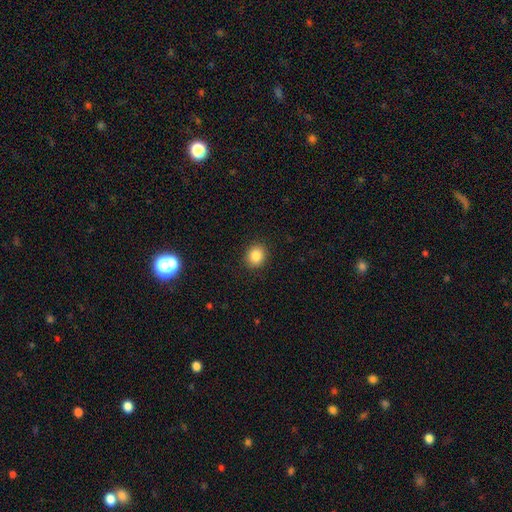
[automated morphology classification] smooth_or_featured: smooth (p=0.85) [alt: star or artifact p=0.10]
how_rounded: round (p=0.75) [alt: in between p=0.24]
merging: none (p=0.91) [alt: minor disturbance p=0.06]